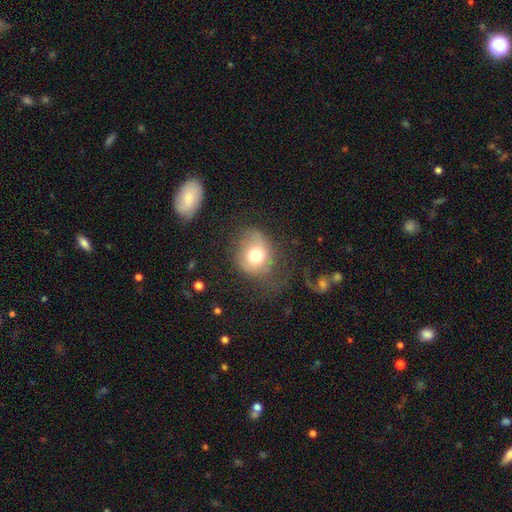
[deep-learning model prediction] Smooth or featured? Predicted: smooth (p=0.68). How rounded? Predicted: round (p=0.62). Merging? Predicted: none (p=0.48).